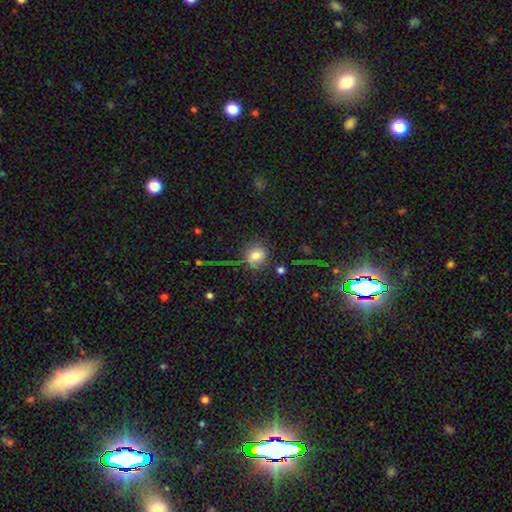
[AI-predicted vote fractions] This appears to be a smooth galaxy with no disk features (80%) that is round (73%). Merging: none (79%).